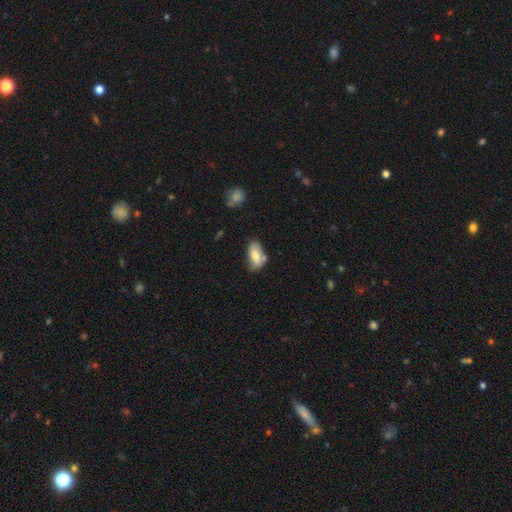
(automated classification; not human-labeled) The model was most divided on "merging": none: 50%, minor disturbance: 31%, merger: 10%, major disturbance: 8%. More confident: how rounded — in between (91%); smooth or featured — smooth (70%).